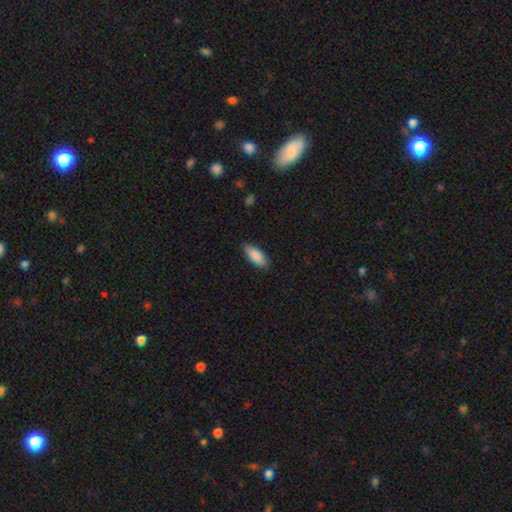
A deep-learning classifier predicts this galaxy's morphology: smooth 88%, featured or disk 6%, star or artifact 6%. Down the decision tree: how rounded — in between (79%); merging — none (83%).